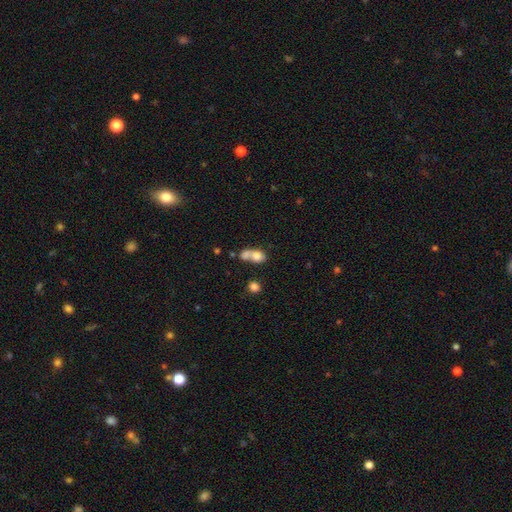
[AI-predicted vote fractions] This is likely a smooth galaxy (73%). How rounded: likely in between (63%). Merging: likely merger (62%).